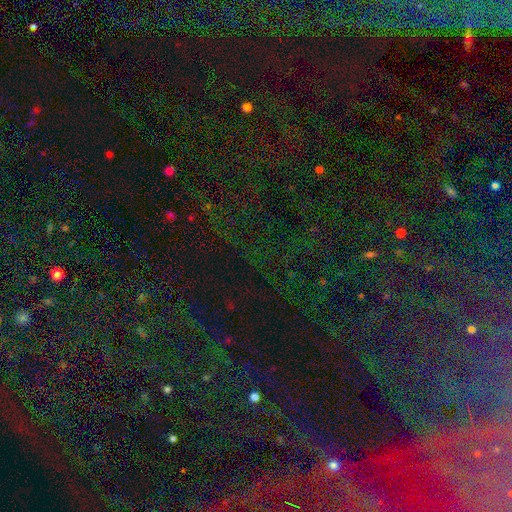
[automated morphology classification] A star or artifact, not a galaxy (79%).

Vote fractions:
- Smooth or featured? star or artifact: 79% / smooth: 12% / featured or disk: 9%